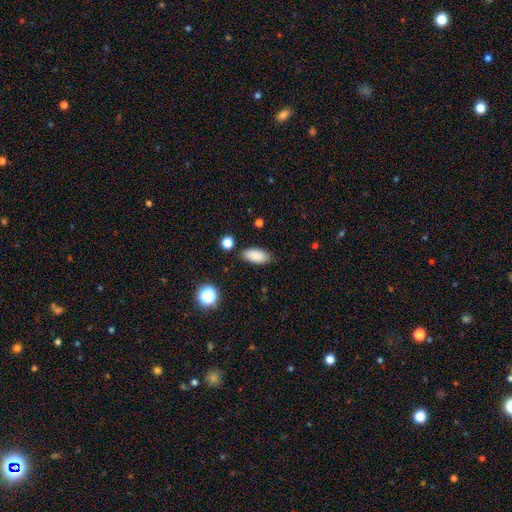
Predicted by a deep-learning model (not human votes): This appears to be a smooth galaxy with no disk features (87%) that is in between round and cigar-shaped (88%). Merging: none (84%).